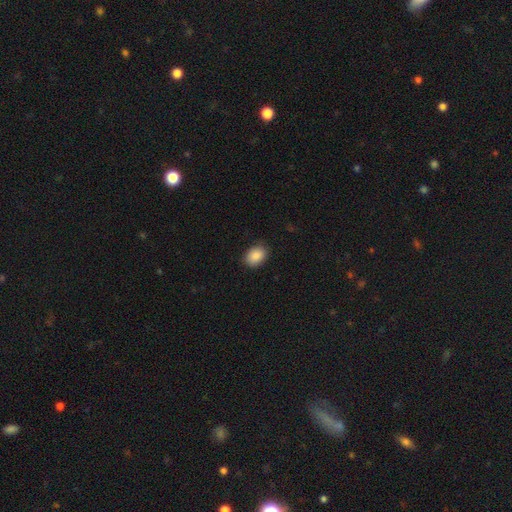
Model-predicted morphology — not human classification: smooth 88%, star or artifact 8%, featured or disk 5%. Down the decision tree: how rounded — in between (72%); merging — none (85%).